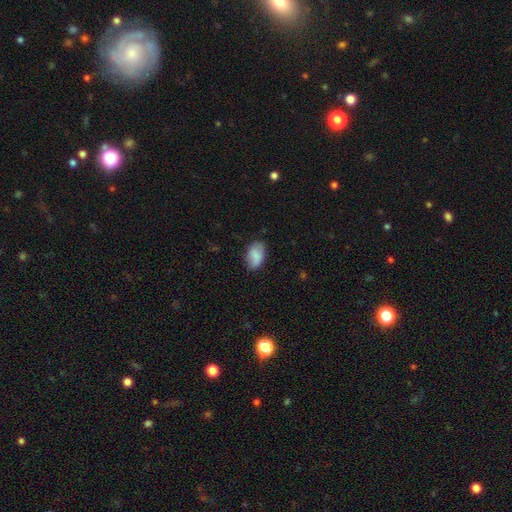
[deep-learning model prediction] smooth_or_featured: smooth (p=0.82) [alt: featured or disk p=0.11]
how_rounded: in between (p=0.91) [alt: round p=0.07]
merging: none (p=0.76) [alt: minor disturbance p=0.19]